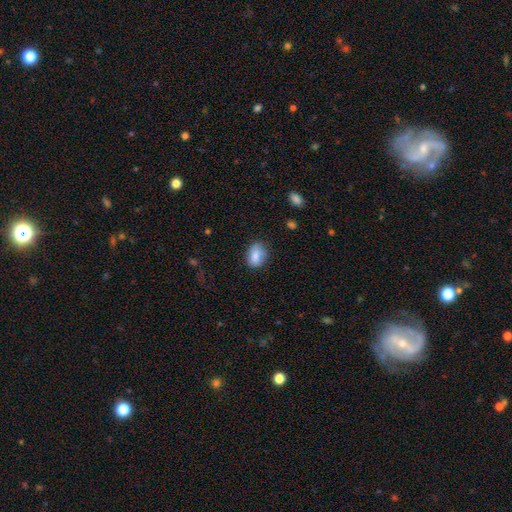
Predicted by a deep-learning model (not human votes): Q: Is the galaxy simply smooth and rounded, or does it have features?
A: smooth — 84%.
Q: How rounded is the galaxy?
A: in between — 75%.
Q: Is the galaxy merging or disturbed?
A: none — 73%.